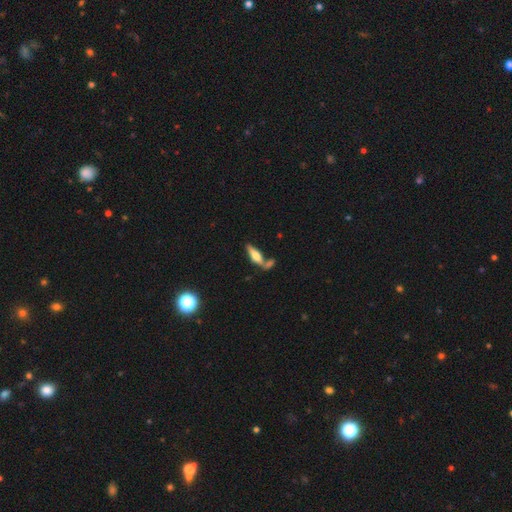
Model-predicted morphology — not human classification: Smooth or featured: smooth — 48% (featured or disk — 44%)
Merging: none — 51% (merger — 29%)